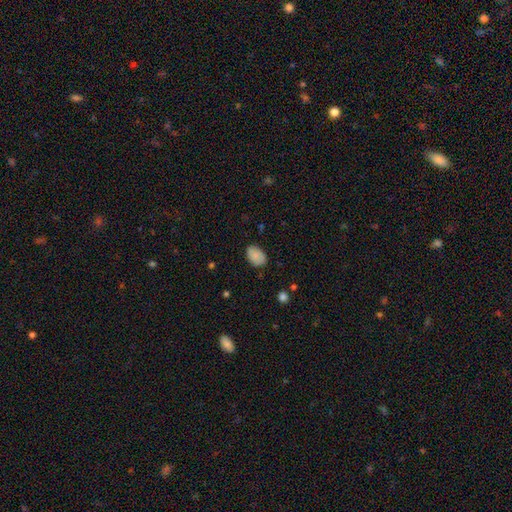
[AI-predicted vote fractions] Smooth or featured? Predicted: smooth (p=0.83). How rounded? Predicted: in between (p=0.87). Merging? Predicted: none (p=0.77).